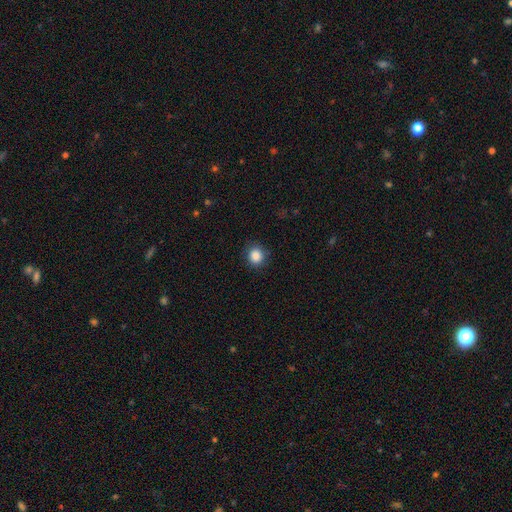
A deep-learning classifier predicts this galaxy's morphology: type=smooth (87%); roundness=round (85%); merging=none (87%).